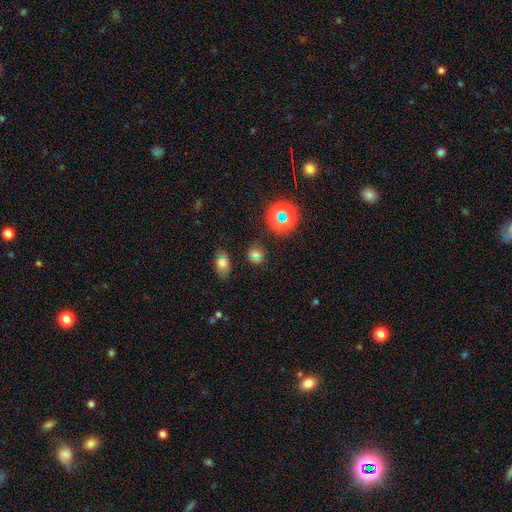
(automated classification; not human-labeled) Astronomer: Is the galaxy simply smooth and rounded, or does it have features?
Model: smooth — 59%.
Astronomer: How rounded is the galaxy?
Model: round — 73%.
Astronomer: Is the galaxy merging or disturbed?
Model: none — 77%.